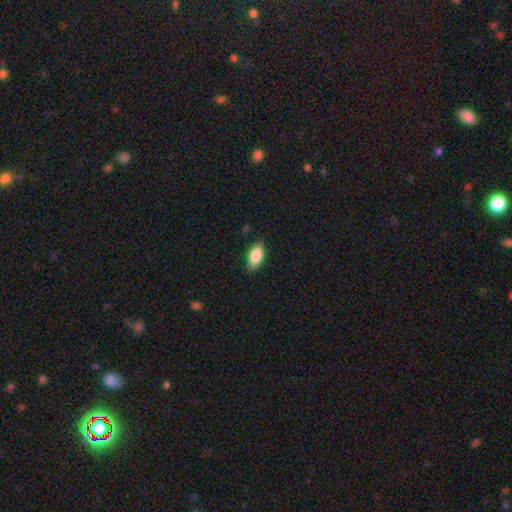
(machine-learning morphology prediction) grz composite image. It shows a smooth galaxy with no disk features (85%) that is in between round and cigar-shaped (91%). Merging: none (86%).